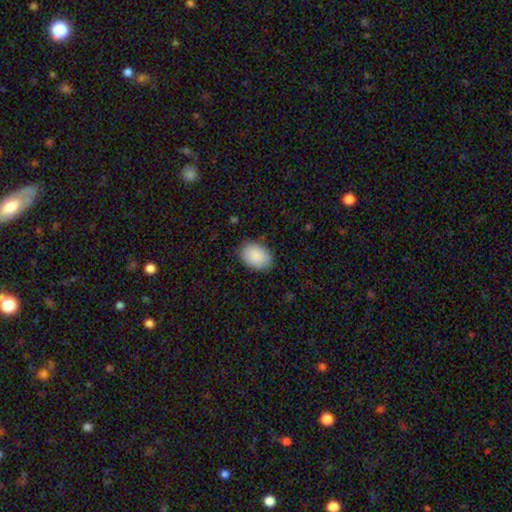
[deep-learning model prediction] Q: Smooth or featured?
A: smooth (90%); runner-up: star or artifact (6%)
Q: How rounded?
A: in between (80%); runner-up: round (19%)
Q: Merging?
A: none (86%); runner-up: minor disturbance (11%)